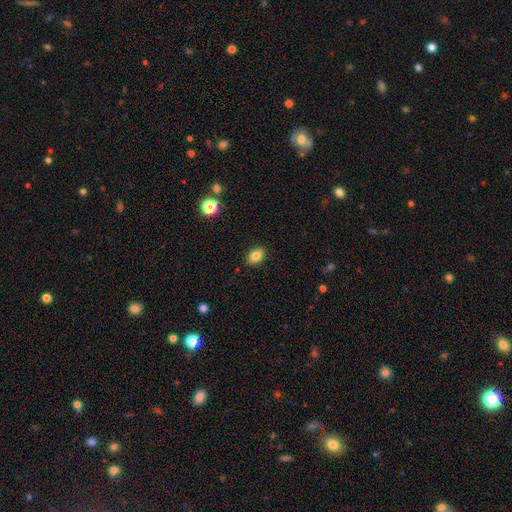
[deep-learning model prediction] Morphology: type=smooth (83%); roundness=in between (76%); merging=none (89%).